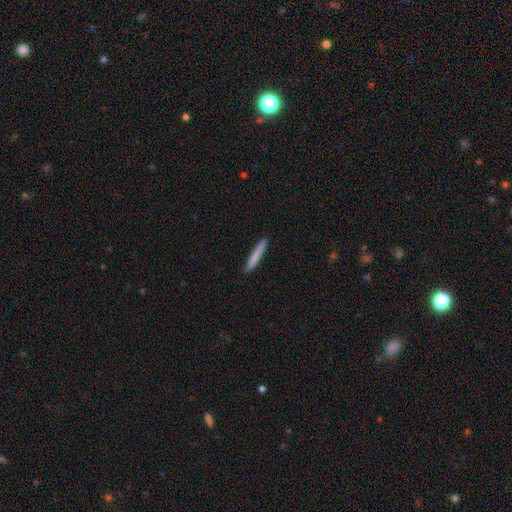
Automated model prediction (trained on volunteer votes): smooth 79%, featured or disk 16%, star or artifact 6%. Down the decision tree: how rounded — cigar-shaped (96%); merging — none (92%).